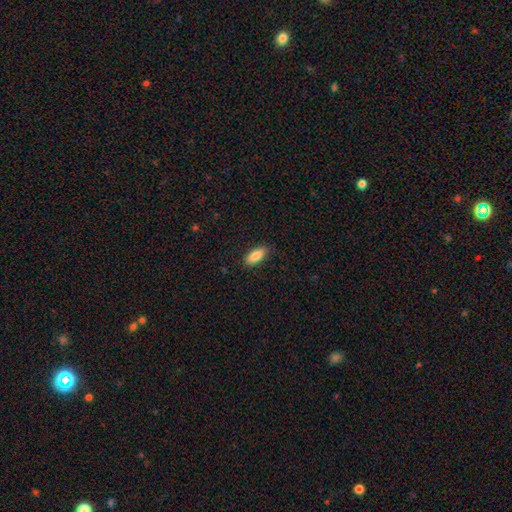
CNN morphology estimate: smooth 86%, featured or disk 7%, star or artifact 6%. Down the decision tree: how rounded — in between (80%); merging — none (86%).